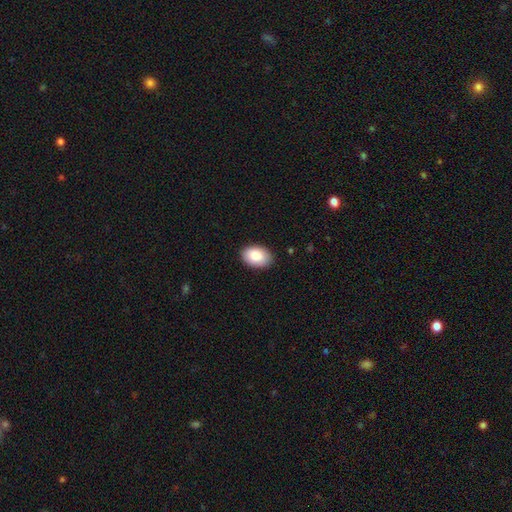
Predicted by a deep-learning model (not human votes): Smooth or featured: smooth — 88% (star or artifact — 6%)
How rounded: in between — 89% (round — 10%)
Merging: none — 88% (minor disturbance — 9%)